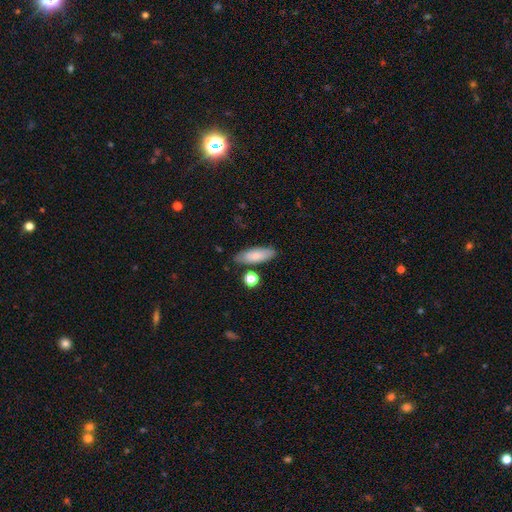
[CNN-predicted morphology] type=smooth (79%); roundness=in between (68%); merging=none (76%).